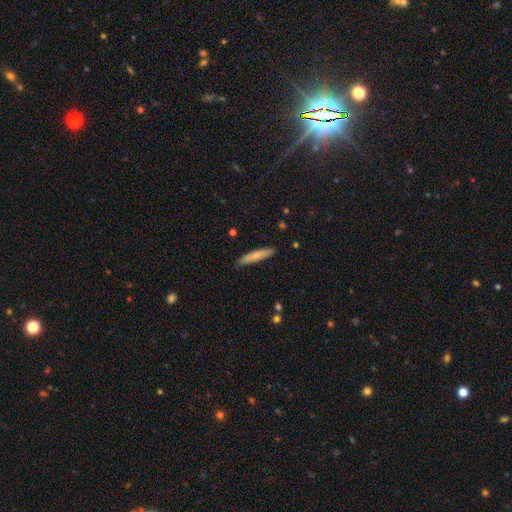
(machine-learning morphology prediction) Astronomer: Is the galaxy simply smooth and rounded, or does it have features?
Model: smooth — 72%.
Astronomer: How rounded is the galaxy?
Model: cigar-shaped — 89%.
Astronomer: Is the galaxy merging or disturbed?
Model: none — 87%.